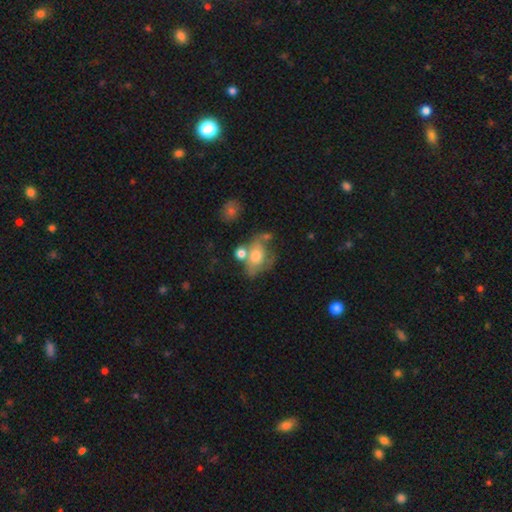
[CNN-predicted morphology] smooth 51%, featured or disk 39%, star or artifact 9%. Down the decision tree: how rounded — in between (69%); merging — merger (34%).